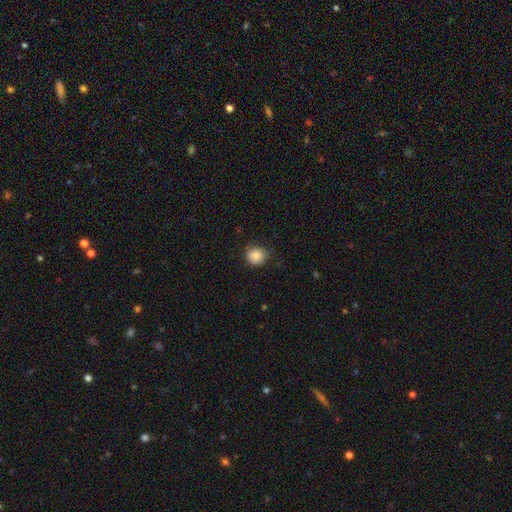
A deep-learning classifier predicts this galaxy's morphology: A smooth galaxy with no disk features (86%) that is round (85%).

Vote fractions:
- Smooth or featured? smooth: 86% / star or artifact: 9% / featured or disk: 4%
- How rounded? round: 85% / in between: 14% / cigar-shaped: 1%
- Merging? none: 75% / minor disturbance: 20% / major disturbance: 4% / merger: 1%